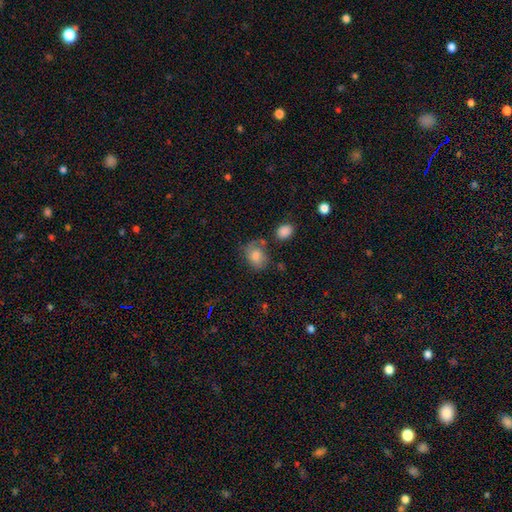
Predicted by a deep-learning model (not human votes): This appears to be a smooth galaxy with no disk features (68%) that is in between round and cigar-shaped (56%). Merging: none (54%).